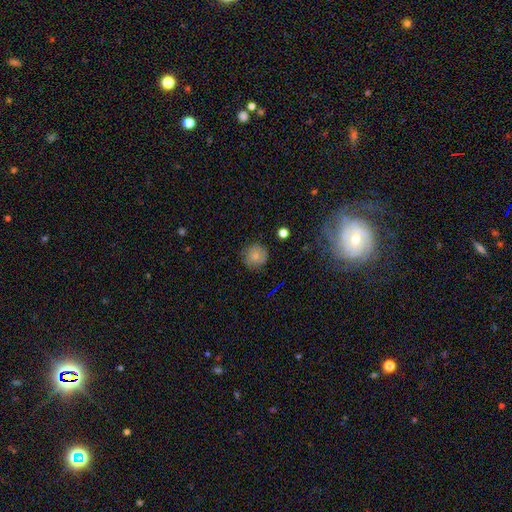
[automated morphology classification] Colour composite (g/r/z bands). It shows a smooth galaxy with no disk features (73%) that is round (91%). Merging: none (76%).